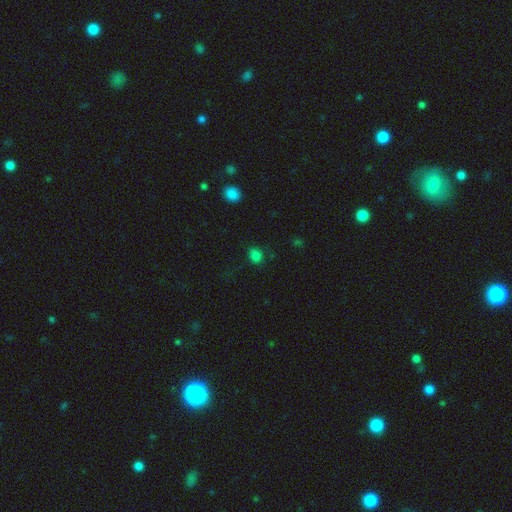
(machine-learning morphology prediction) This appears to be a smooth galaxy with no disk features (79%) that is round (59%). Merging: none (77%).